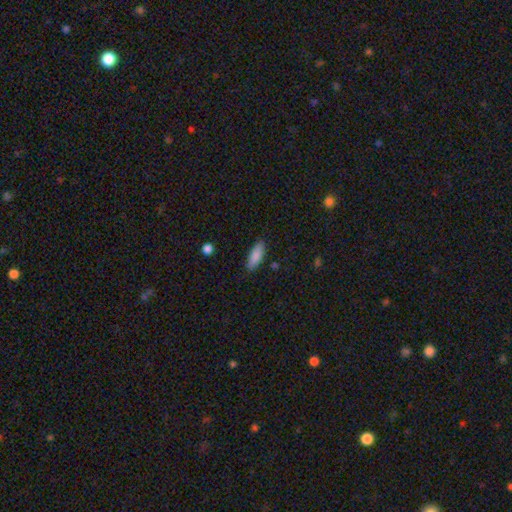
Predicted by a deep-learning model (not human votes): A smooth galaxy with no disk features (87%) that is in between round and cigar-shaped (68%).

Vote fractions:
- Smooth or featured? smooth: 87% / featured or disk: 6% / star or artifact: 6%
- How rounded? in between: 68% / cigar-shaped: 30% / round: 2%
- Merging? none: 85% / minor disturbance: 11% / major disturbance: 2% / merger: 1%